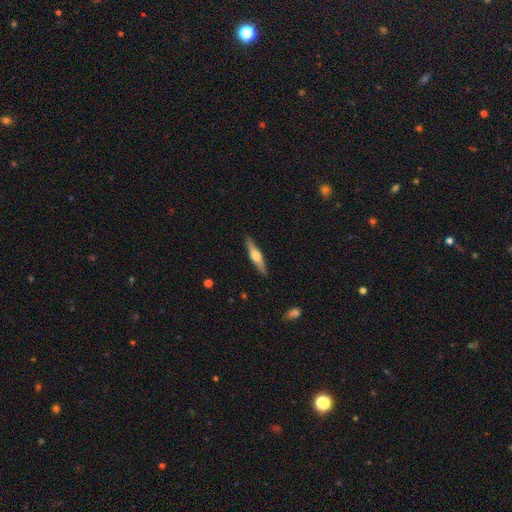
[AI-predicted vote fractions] smooth-or-featured: featured or disk: 55% | smooth: 40% | star or artifact: 5%
  disk-edge-on: yes: 95% | no: 5%
    edge-on-bulge: rounded: 92% | boxy: 4% | none: 4%
  merging: none: 90% | minor disturbance: 7% | major disturbance: 2% | merger: 1%